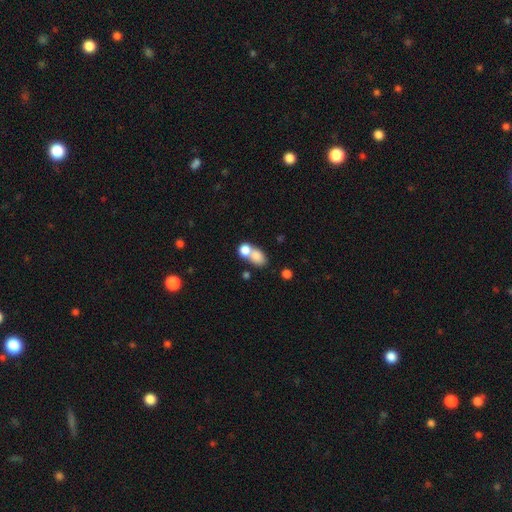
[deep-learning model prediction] smooth-or-featured: smooth: 79% | featured or disk: 12% | star or artifact: 9%
  how-rounded: in between: 68% | round: 29% | cigar-shaped: 2%
  merging: merger: 58% | none: 28% | minor disturbance: 9% | major disturbance: 5%